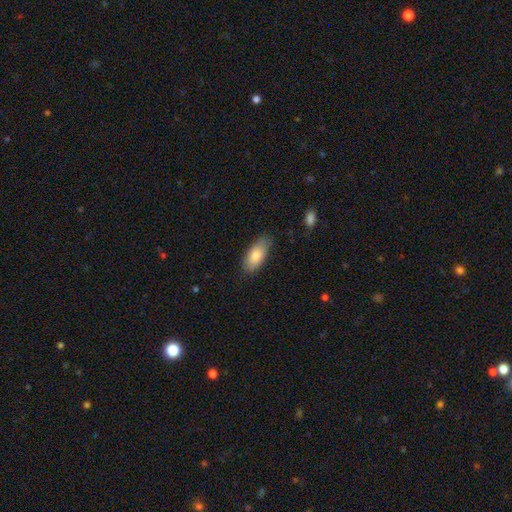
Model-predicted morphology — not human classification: A smooth galaxy with no disk features (82%) that is in between round and cigar-shaped (90%).

Vote fractions:
- Smooth or featured? smooth: 82% / featured or disk: 12% / star or artifact: 6%
- How rounded? in between: 90% / cigar-shaped: 8% / round: 3%
- Merging? none: 76% / minor disturbance: 19% / major disturbance: 4% / merger: 1%